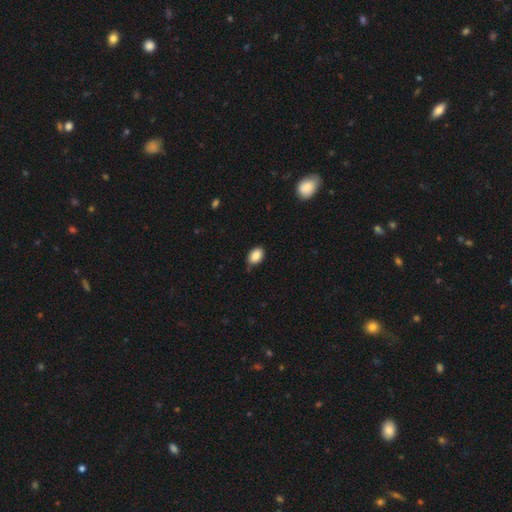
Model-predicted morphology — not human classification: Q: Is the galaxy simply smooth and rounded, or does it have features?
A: smooth — 88%.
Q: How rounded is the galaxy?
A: in between — 87%.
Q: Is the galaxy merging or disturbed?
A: none — 77%.